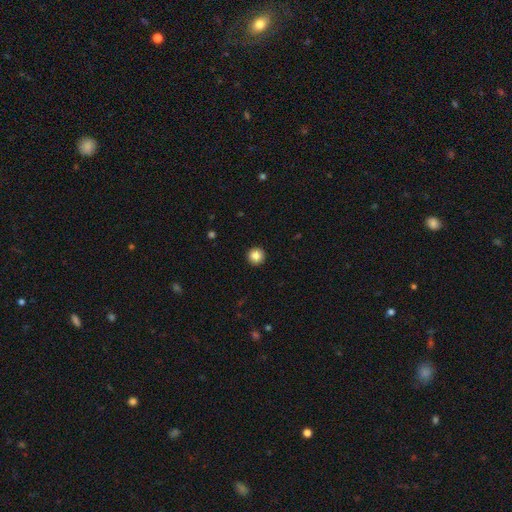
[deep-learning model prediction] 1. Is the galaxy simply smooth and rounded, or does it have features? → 85% smooth, 9% star or artifact, 6% featured or disk.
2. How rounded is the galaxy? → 96% round, 3% in between, 1% cigar-shaped.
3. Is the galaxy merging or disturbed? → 94% none, 4% minor disturbance, 1% major disturbance, 1% merger.